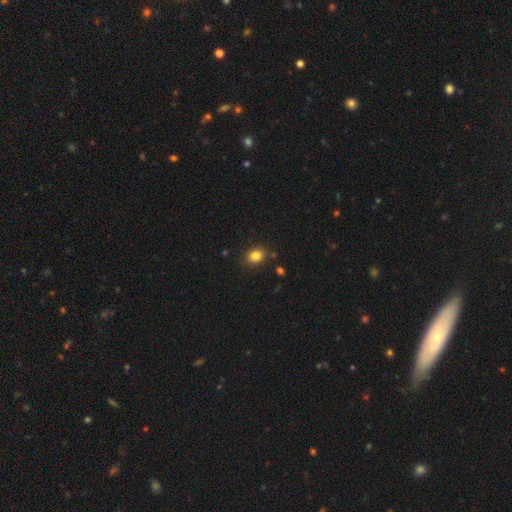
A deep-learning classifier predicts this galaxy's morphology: This is clearly a smooth galaxy (83%). How rounded: possibly round (52%). Merging: clearly none (85%).